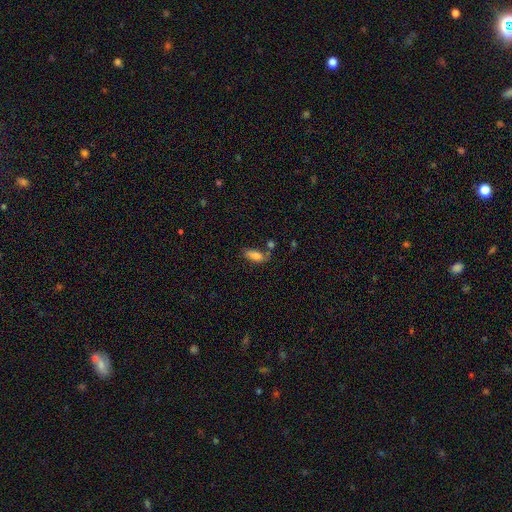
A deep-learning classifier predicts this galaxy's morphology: A smooth galaxy with no disk features (81%) that is in between round and cigar-shaped (81%).

Vote fractions:
- Smooth or featured? smooth: 81% / featured or disk: 10% / star or artifact: 9%
- How rounded? in between: 81% / cigar-shaped: 16% / round: 3%
- Merging? none: 54% / minor disturbance: 22% / merger: 16% / major disturbance: 8%